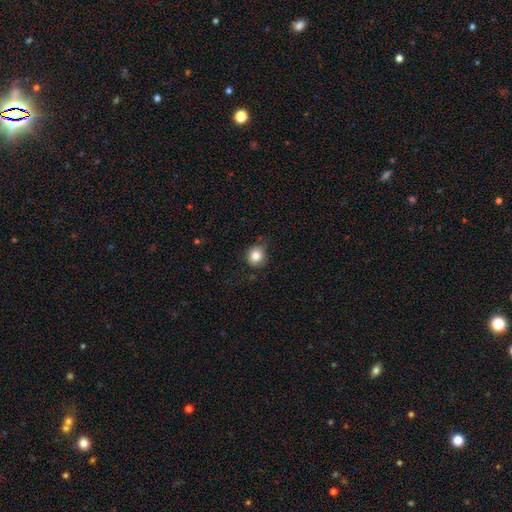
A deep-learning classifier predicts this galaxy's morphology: A smooth galaxy with no disk features (83%) that is round (80%). Merging: none (74%).